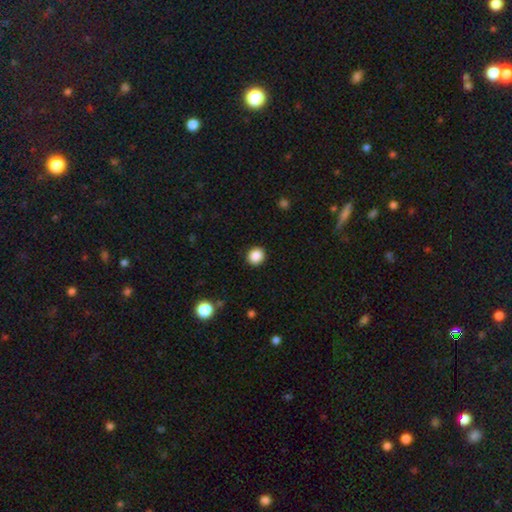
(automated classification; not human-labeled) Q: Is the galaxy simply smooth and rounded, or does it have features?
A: smooth — 88%.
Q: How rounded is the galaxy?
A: round — 85%.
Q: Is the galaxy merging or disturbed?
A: none — 91%.